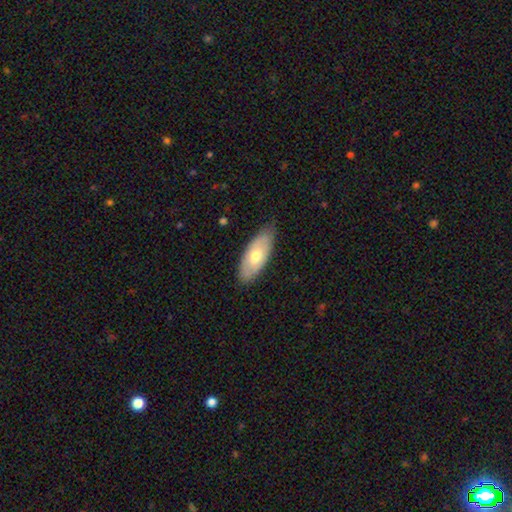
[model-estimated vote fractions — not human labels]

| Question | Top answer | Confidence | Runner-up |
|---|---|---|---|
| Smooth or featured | smooth | 57% | featured or disk (38%) |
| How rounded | in between | 82% | cigar-shaped (15%) |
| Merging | none | 78% | minor disturbance (18%) |